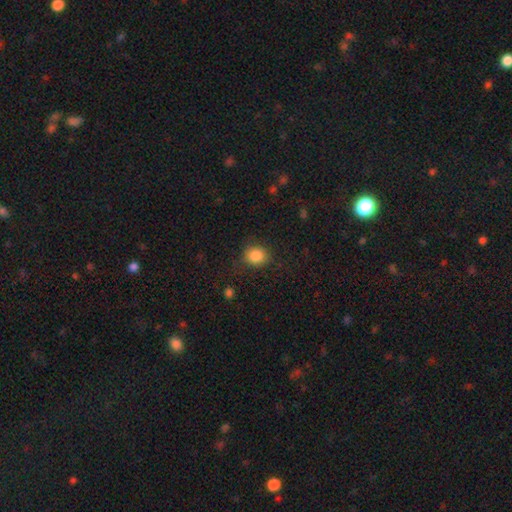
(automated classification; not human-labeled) Q: Smooth or featured?
A: smooth (85%); runner-up: star or artifact (10%)
Q: How rounded?
A: round (74%); runner-up: in between (25%)
Q: Merging?
A: none (80%); runner-up: minor disturbance (14%)